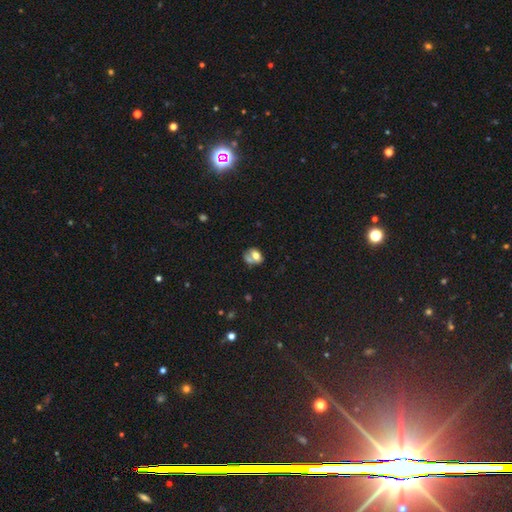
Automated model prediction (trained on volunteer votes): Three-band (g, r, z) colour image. It shows a smooth galaxy with no disk features (63%) that is in between round and cigar-shaped (59%). Merging: merger (38%).